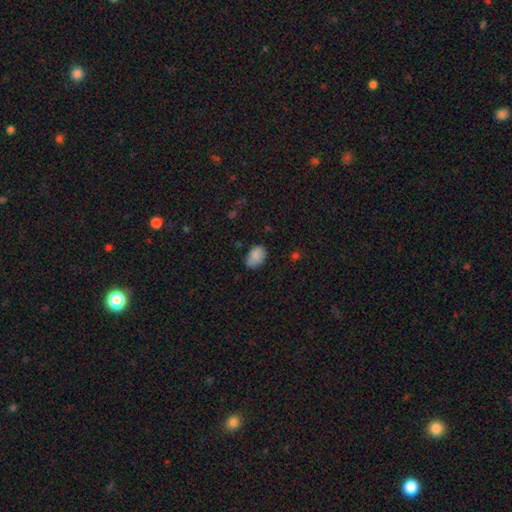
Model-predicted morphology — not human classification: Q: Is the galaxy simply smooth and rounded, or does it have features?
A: smooth — 84%.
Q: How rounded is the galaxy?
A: in between — 83%.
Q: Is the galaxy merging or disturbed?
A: none — 68%.